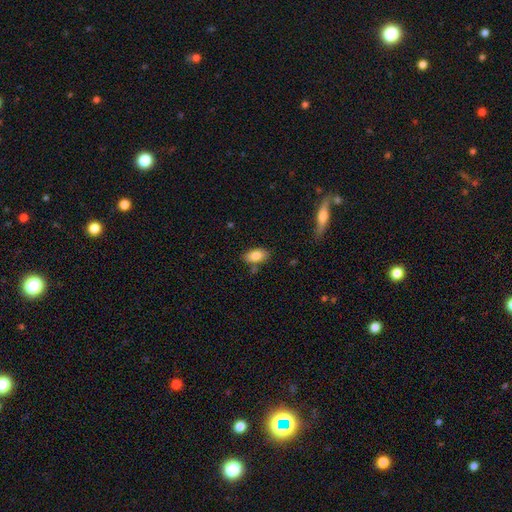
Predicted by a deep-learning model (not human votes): Smooth or featured?
  - smooth: 84% *
  - featured or disk: 9%
  - star or artifact: 7%
How rounded?
  - in between: 92% *
  - round: 5%
  - cigar-shaped: 3%
Merging?
  - none: 78% *
  - minor disturbance: 13%
  - merger: 6%
  - major disturbance: 3%